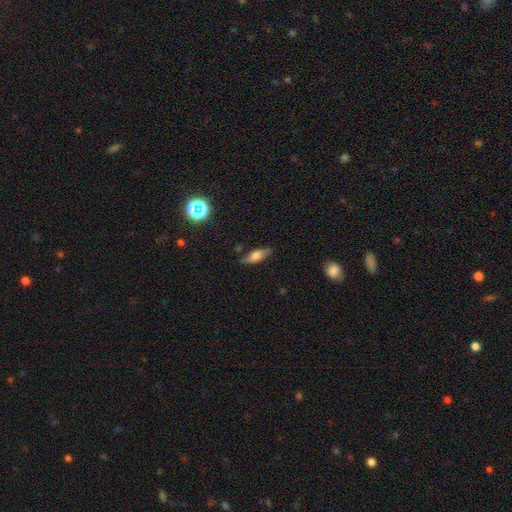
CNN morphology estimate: type=smooth (61%); roundness=in between (63%); merging=none (77%).